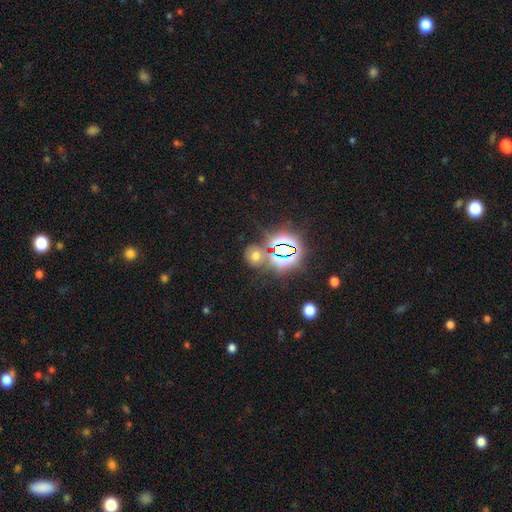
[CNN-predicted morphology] type=smooth (46%); merging=none (71%).